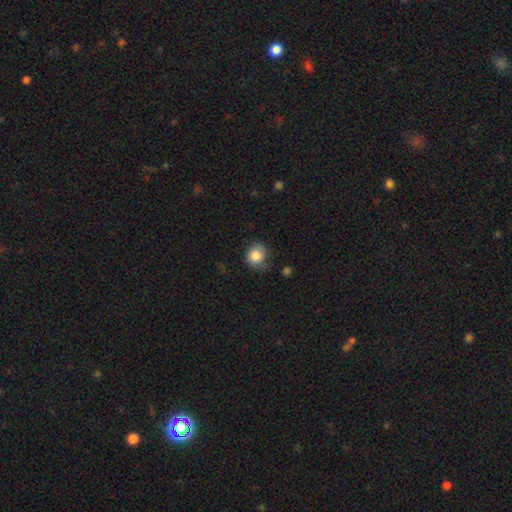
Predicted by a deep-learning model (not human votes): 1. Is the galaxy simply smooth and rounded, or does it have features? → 85% smooth, 8% star or artifact, 7% featured or disk.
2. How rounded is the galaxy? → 77% round, 22% in between, 1% cigar-shaped.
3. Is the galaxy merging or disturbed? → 66% none, 25% minor disturbance, 7% major disturbance, 2% merger.